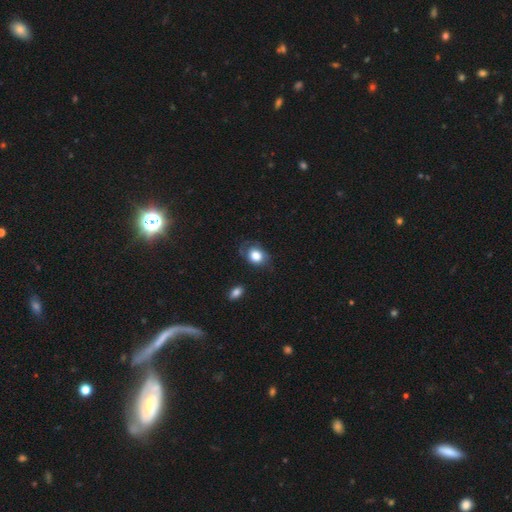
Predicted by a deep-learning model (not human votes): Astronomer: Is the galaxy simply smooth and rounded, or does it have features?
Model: smooth — 75%.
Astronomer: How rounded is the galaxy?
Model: in between — 54% (runner-up: round, 45%).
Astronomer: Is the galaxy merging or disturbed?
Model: none — 57%.